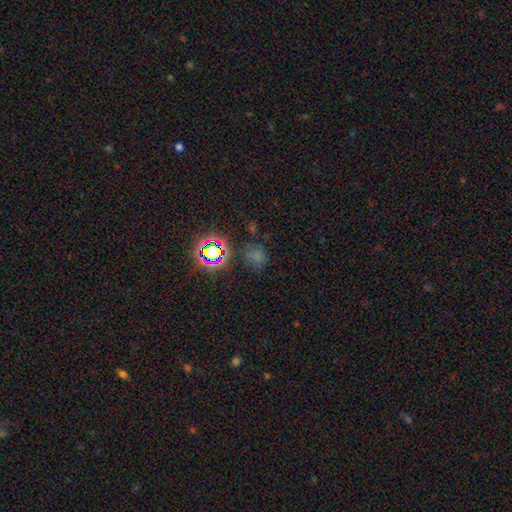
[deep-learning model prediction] Smooth or featured? Predicted: smooth (p=0.54). How rounded? Predicted: round (p=0.76). Merging? Predicted: none (p=0.71).